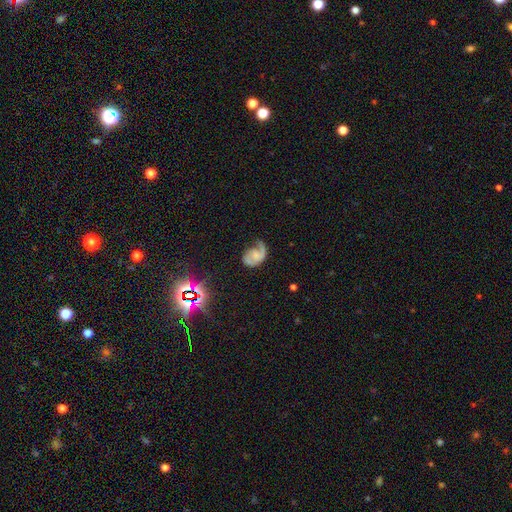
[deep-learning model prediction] Smooth or featured: featured or disk — 65% (smooth — 25%)
Edge-on disk: no — 98% (yes — 2%)
Bar: no — 67% (weak — 27%)
Spiral arms: yes — 89% (no — 11%)
Spiral winding: medium — 39% (loose — 37%)
Spiral arm count: 1 — 57% (2 — 34%)
Bulge size: none — 41% (small — 37%)
Merging: none — 39% (major disturbance — 32%)